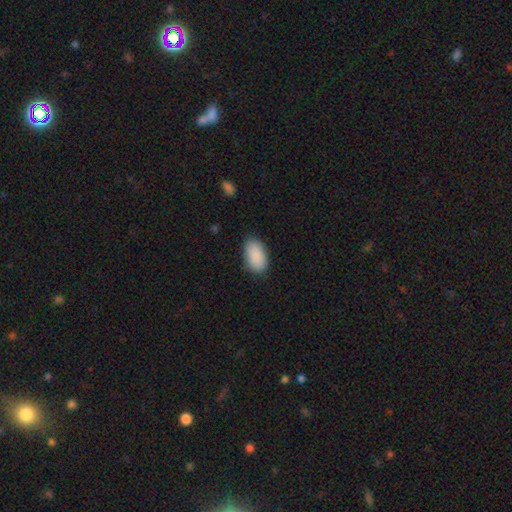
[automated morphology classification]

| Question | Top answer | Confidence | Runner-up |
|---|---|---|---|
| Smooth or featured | smooth | 90% | star or artifact (6%) |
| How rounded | in between | 94% | round (4%) |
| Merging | none | 84% | minor disturbance (12%) |